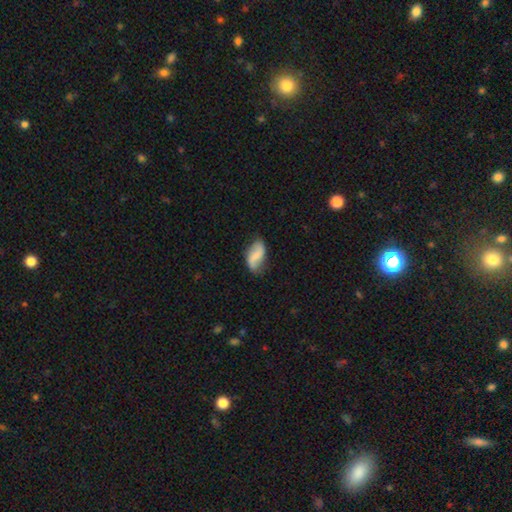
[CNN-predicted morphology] This is possibly a featured or disk galaxy (48%). Merging: likely none (67%).